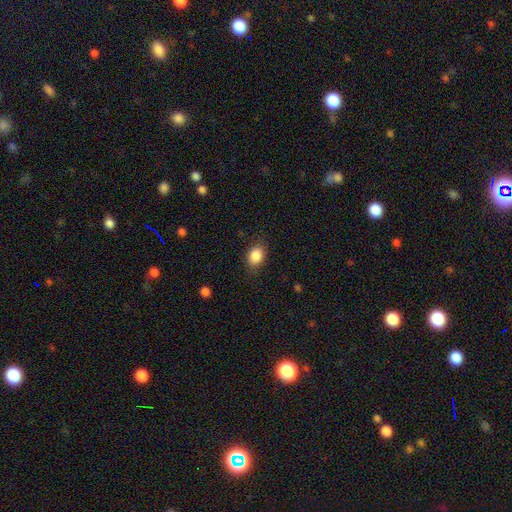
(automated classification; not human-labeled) smooth-or-featured: smooth: 86% | star or artifact: 8% | featured or disk: 6%
  how-rounded: in between: 67% | round: 31% | cigar-shaped: 1%
  merging: none: 80% | minor disturbance: 15% | major disturbance: 4% | merger: 1%